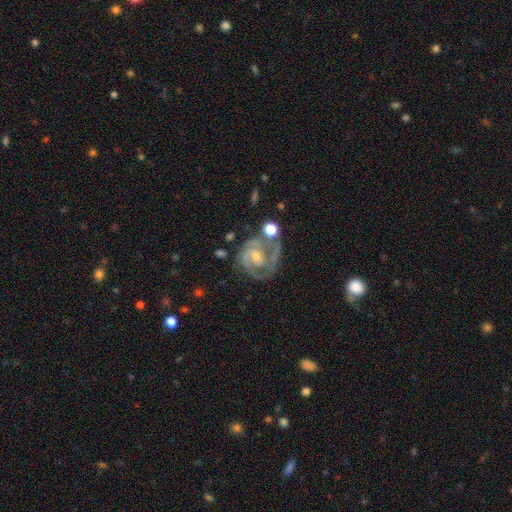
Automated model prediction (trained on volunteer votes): Smooth or featured? Predicted: featured or disk (p=0.88). Edge-on disk? Predicted: no (p=0.98). Bar? Predicted: no (p=0.49). Spiral arms? Predicted: yes (p=0.97). Spiral winding? Predicted: tight (p=0.56). Spiral arm count? Predicted: 2 (p=0.55). Bulge size? Predicted: small (p=0.57). Merging? Predicted: none (p=0.55).